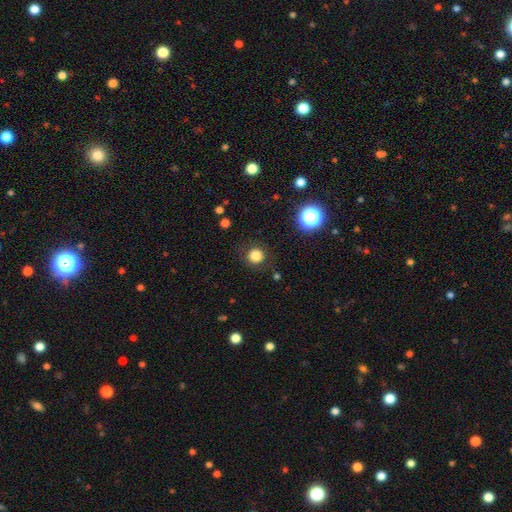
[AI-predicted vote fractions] Smooth or featured? smooth (82%)
How rounded? round (93%)
Merging? none (88%)